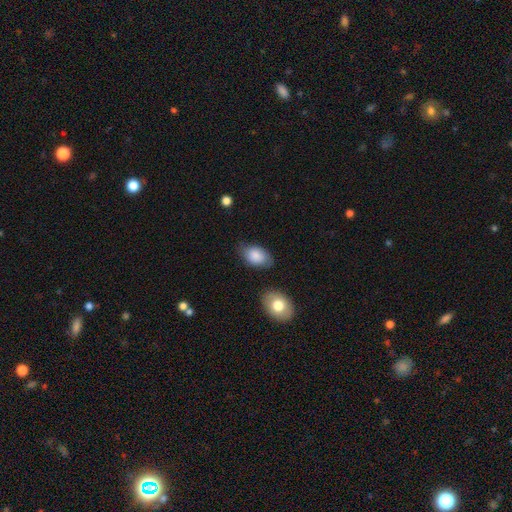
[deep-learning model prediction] smooth 84%, featured or disk 9%, star or artifact 6%. Down the decision tree: how rounded — in between (90%); merging — none (69%).